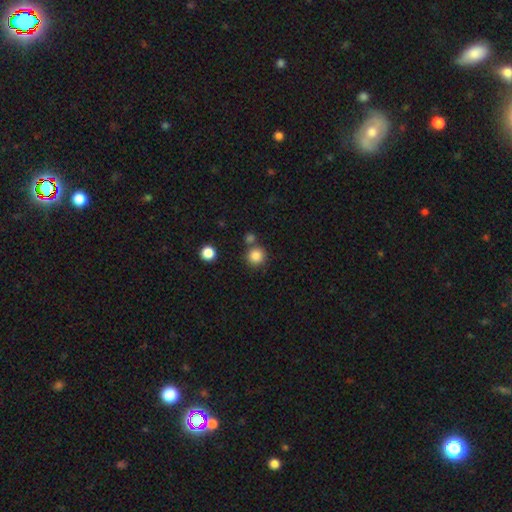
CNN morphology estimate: Smooth or featured?
  - smooth: 84% *
  - star or artifact: 12%
  - featured or disk: 4%
How rounded?
  - round: 94% *
  - in between: 5%
  - cigar-shaped: 1%
Merging?
  - none: 76% *
  - merger: 14%
  - minor disturbance: 8%
  - major disturbance: 3%